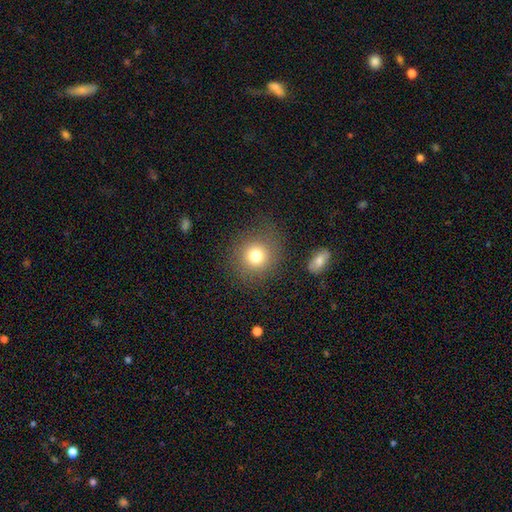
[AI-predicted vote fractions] Q: Smooth or featured?
A: smooth (77%); runner-up: star or artifact (12%)
Q: How rounded?
A: round (88%); runner-up: in between (11%)
Q: Merging?
A: none (79%); runner-up: minor disturbance (12%)